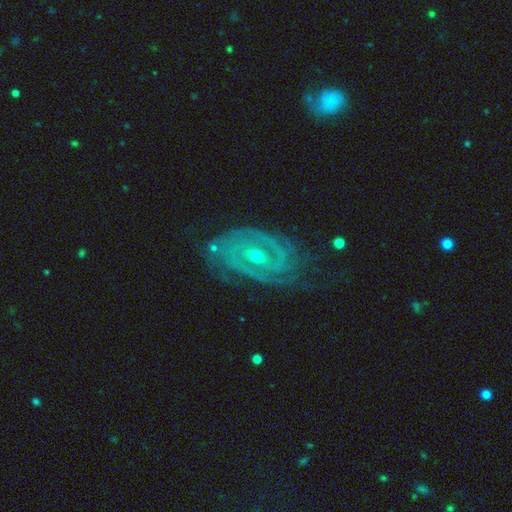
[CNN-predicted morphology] type=featured or disk (88%); edge-on=no (96%); bar=no (42%); spiral arms=yes (96%); winding=tight (65%); arm count=2 (66%); bulge=small (57%); merging=none (71%).